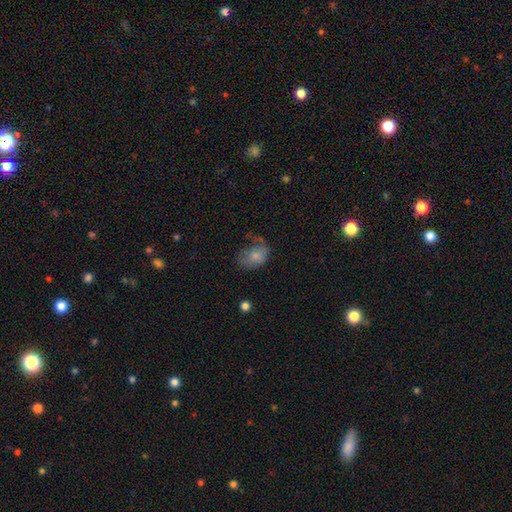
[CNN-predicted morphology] This is likely a smooth galaxy (70%). How rounded: likely in between (77%). Merging: marginally minor disturbance (33%).